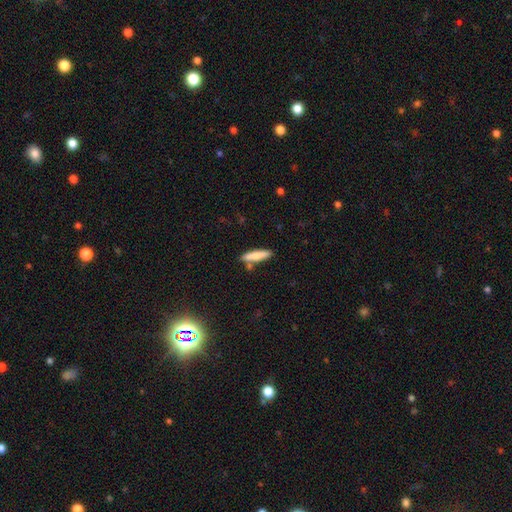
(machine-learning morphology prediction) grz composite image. It shows a smooth galaxy with no disk features (77%) that is cigar-shaped (79%). Merging: none (77%).